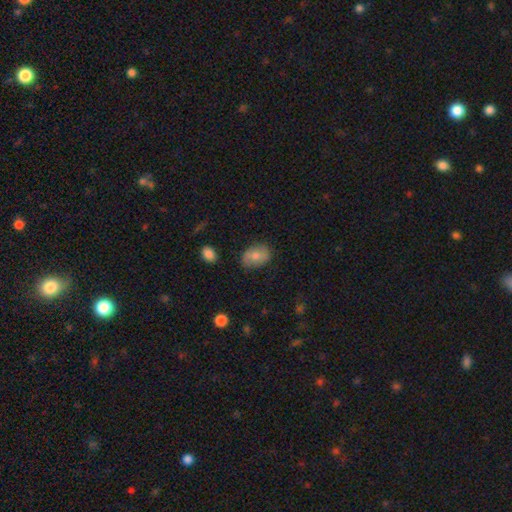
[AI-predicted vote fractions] This is likely a smooth galaxy (69%). How rounded: likely in between (77%). Merging: likely none (76%).